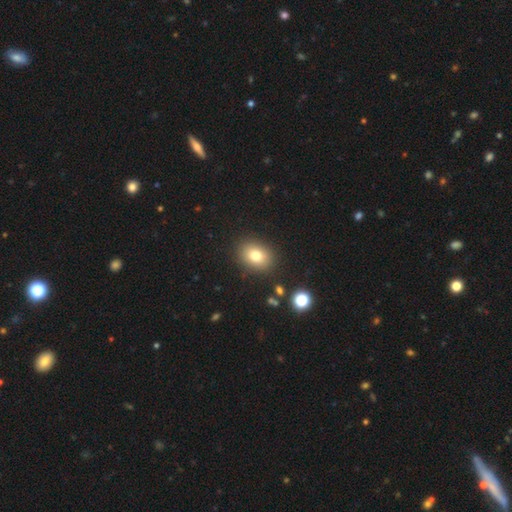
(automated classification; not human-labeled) smooth_or_featured: smooth (p=0.78) [alt: star or artifact p=0.11]
how_rounded: in between (p=0.61) [alt: round p=0.38]
merging: none (p=0.87) [alt: minor disturbance p=0.08]